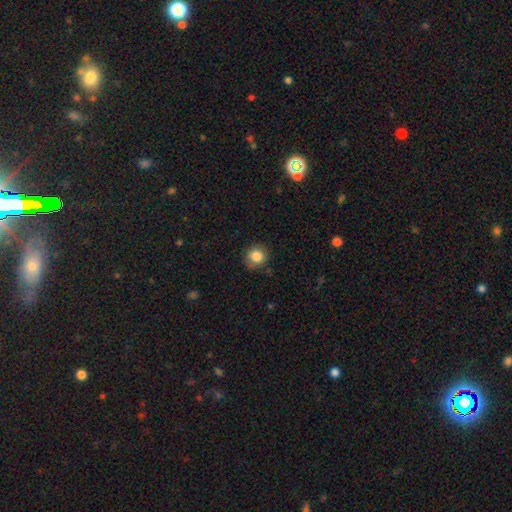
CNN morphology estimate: This appears to be a smooth galaxy with no disk features (85%) that is round (89%). Merging: none (83%).